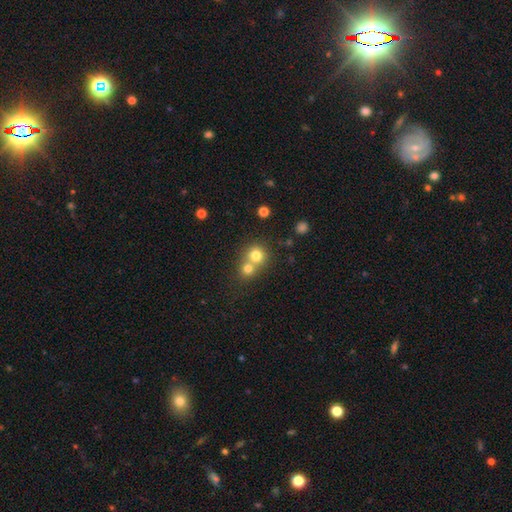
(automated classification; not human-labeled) smooth_or_featured: smooth (p=0.76) [alt: star or artifact p=0.13]
how_rounded: round (p=0.87) [alt: in between p=0.12]
merging: merger (p=0.52) [alt: none p=0.41]